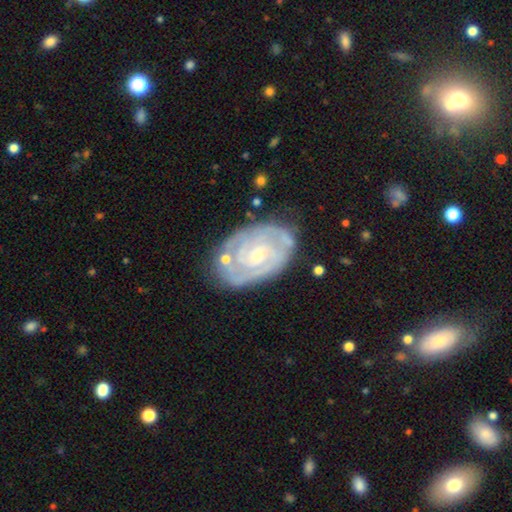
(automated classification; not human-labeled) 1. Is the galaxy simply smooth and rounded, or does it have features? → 85% featured or disk, 10% smooth, 5% star or artifact.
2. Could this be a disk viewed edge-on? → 97% no, 3% yes.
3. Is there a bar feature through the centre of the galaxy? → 56% no, 36% weak, 8% strong.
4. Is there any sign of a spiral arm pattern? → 94% yes, 6% no.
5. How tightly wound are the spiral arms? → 71% tight, 24% medium, 5% loose.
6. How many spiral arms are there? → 40% 2, 28% can't tell, 18% 3, 6% 4, 4% 1, 4% more than 4.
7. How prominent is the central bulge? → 66% small, 30% moderate, 2% none, 1% large, 1% dominant.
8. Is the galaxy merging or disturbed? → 73% none, 19% minor disturbance, 5% major disturbance, 4% merger.